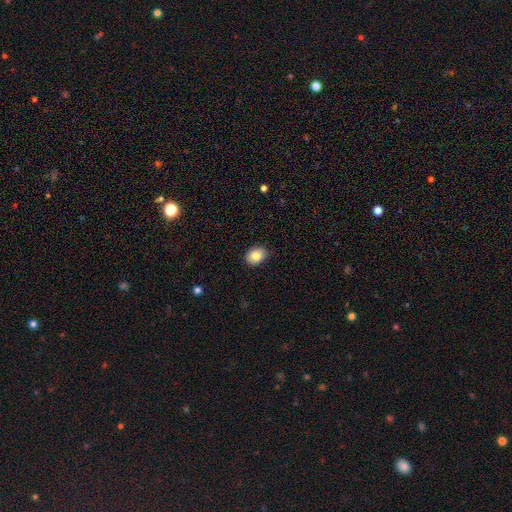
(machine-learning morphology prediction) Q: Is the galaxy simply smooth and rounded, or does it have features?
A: smooth — 86%.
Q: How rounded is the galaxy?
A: in between — 63%.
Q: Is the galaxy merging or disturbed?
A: none — 87%.